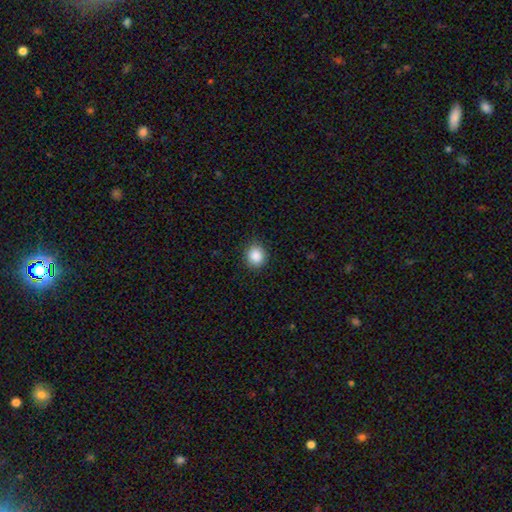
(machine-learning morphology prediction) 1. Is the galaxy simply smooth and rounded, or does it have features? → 88% smooth, 9% star or artifact, 3% featured or disk.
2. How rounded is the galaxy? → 80% round, 19% in between, 1% cigar-shaped.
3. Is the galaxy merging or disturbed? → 89% none, 8% minor disturbance, 2% major disturbance, 1% merger.